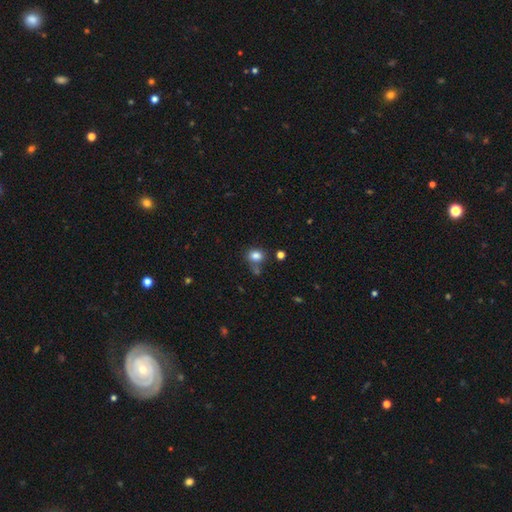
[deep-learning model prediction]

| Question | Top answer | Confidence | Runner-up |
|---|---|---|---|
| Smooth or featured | smooth | 82% | star or artifact (12%) |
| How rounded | round | 53% | in between (46%) |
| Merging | none | 65% | minor disturbance (16%) |